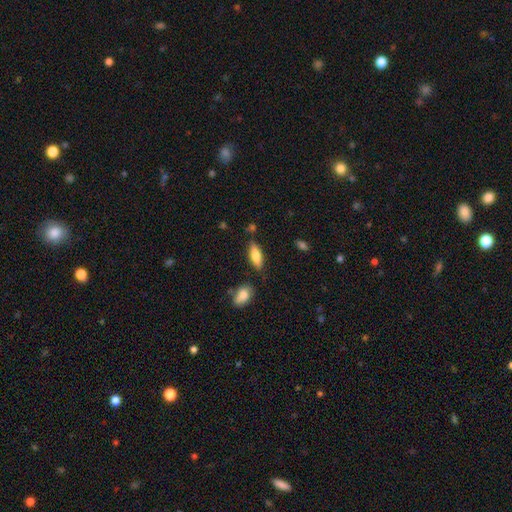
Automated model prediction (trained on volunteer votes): The model was most divided on "how rounded": in between: 61%, cigar-shaped: 37%, round: 2%. More confident: merging — none (79%); smooth or featured — smooth (72%).